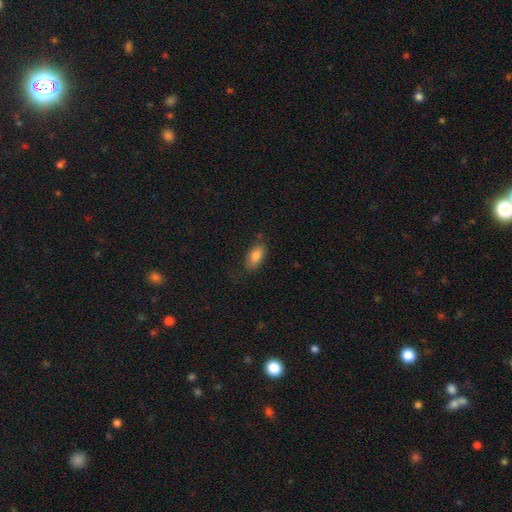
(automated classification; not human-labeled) This is clearly a smooth galaxy (84%). How rounded: clearly in between (87%). Merging: likely none (76%).